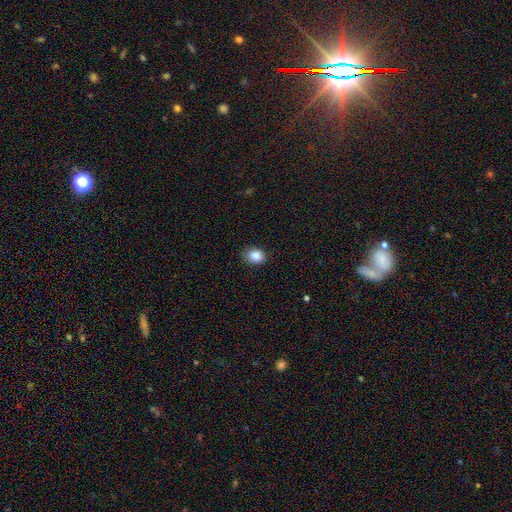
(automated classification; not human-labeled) The model was most divided on "how rounded": in between: 53%, round: 46%, cigar-shaped: 1%. More confident: smooth or featured — smooth (87%); merging — none (83%).